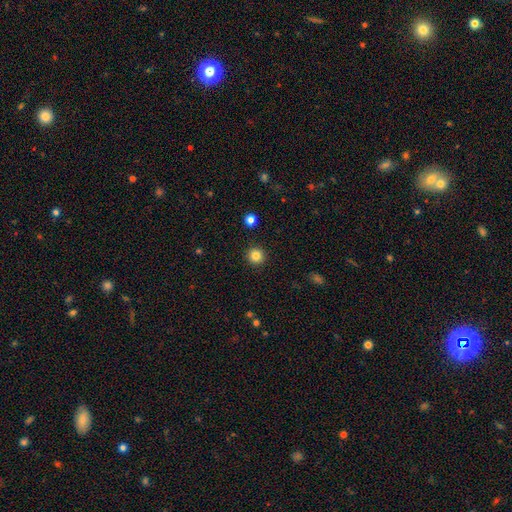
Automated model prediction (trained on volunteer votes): Smooth or featured: smooth — 84% (star or artifact — 11%)
How rounded: round — 95% (in between — 4%)
Merging: none — 93% (minor disturbance — 5%)